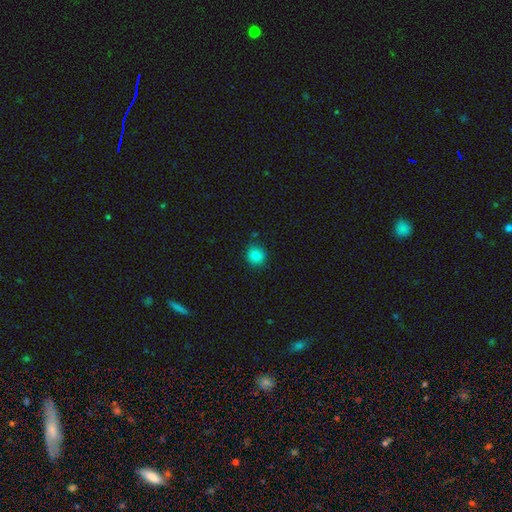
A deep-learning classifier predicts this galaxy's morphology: This appears to be a smooth galaxy with no disk features (85%) that is round (85%). Merging: none (86%).